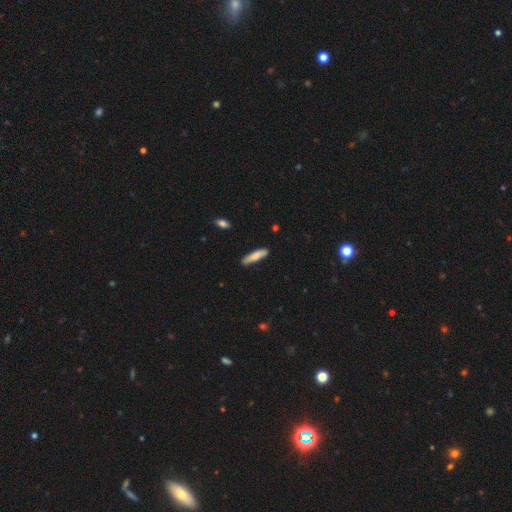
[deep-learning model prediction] Smooth or featured? smooth (81%)
How rounded? cigar-shaped (81%)
Merging? none (86%)